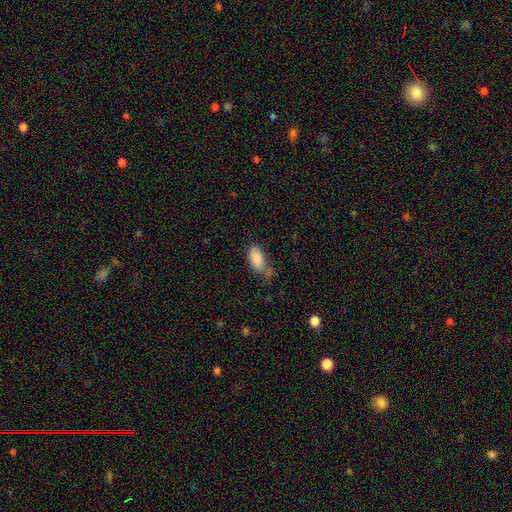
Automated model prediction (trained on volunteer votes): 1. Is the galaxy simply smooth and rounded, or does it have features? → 86% smooth, 8% star or artifact, 6% featured or disk.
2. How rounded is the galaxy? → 93% in between, 5% cigar-shaped, 3% round.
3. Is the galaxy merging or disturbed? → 48% none, 28% minor disturbance, 14% merger, 10% major disturbance.